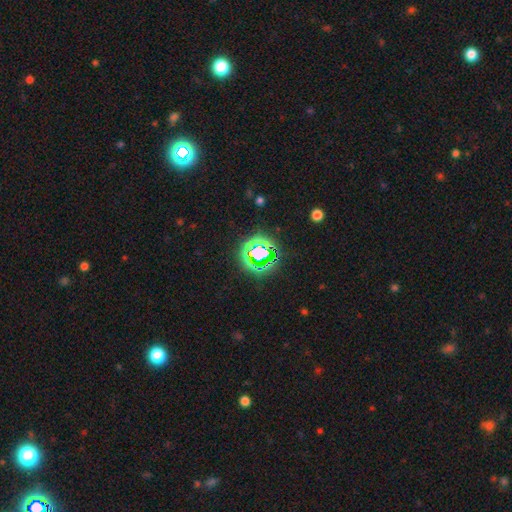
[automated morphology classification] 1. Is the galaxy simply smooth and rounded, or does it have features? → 73% star or artifact, 17% smooth, 10% featured or disk.